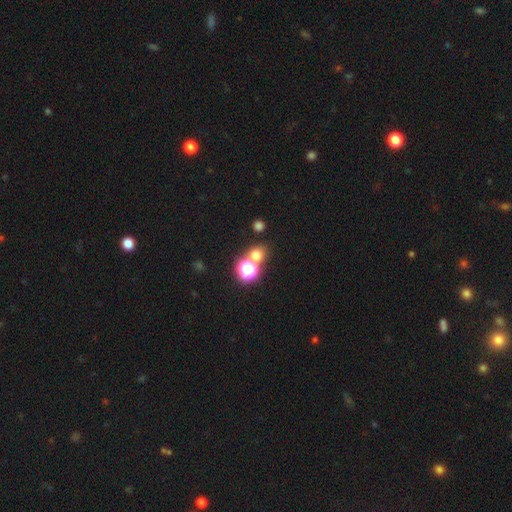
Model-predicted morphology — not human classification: smooth 64%, star or artifact 29%, featured or disk 8%. Down the decision tree: how rounded — round (82%); merging — none (64%).